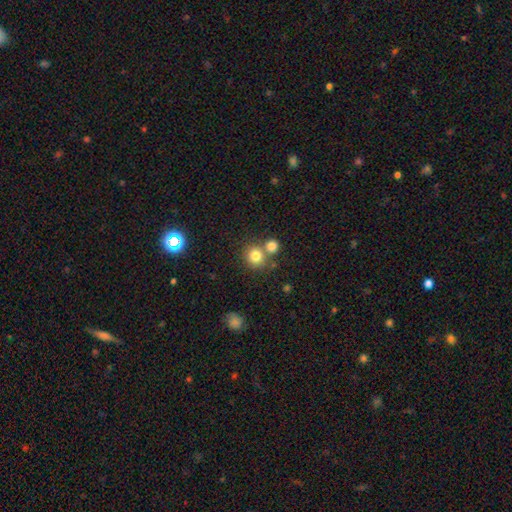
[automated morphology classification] Smooth or featured: smooth — 80% (star or artifact — 13%)
How rounded: round — 85% (in between — 14%)
Merging: none — 59% (merger — 30%)